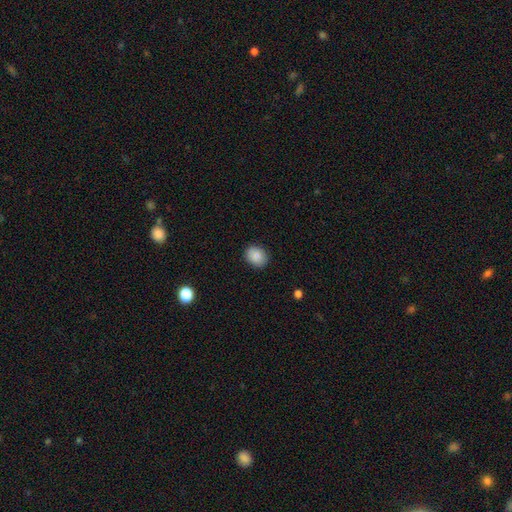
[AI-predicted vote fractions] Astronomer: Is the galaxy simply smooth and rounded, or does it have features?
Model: smooth — 85%.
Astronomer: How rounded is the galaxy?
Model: round — 50% (runner-up: in between, 49%).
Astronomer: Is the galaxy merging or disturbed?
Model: none — 88%.